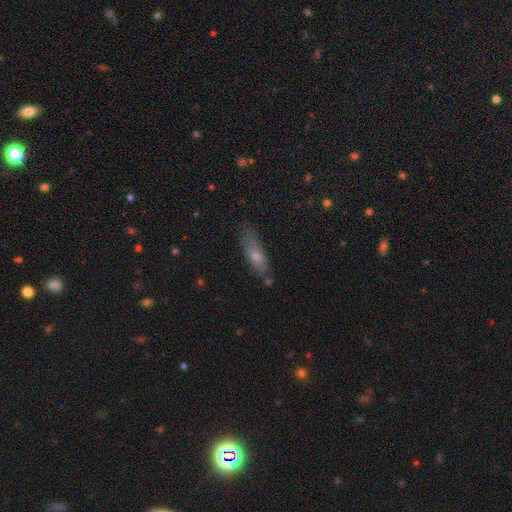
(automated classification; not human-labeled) smooth 65%, featured or disk 28%, star or artifact 7%. Down the decision tree: how rounded — cigar-shaped (52%); merging — none (64%).